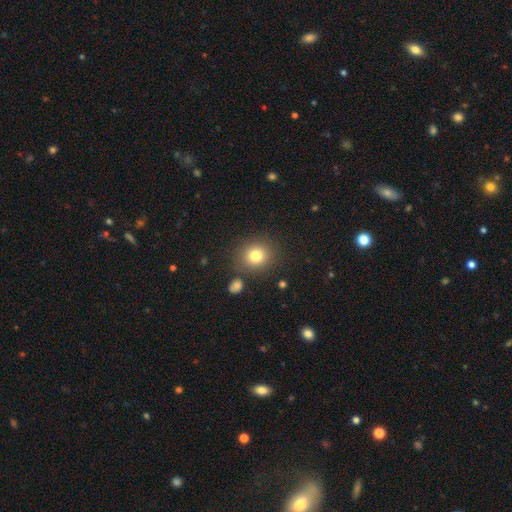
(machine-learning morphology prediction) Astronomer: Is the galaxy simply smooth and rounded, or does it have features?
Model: smooth — 79%.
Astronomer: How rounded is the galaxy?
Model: round — 85%.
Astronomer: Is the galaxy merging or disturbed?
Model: none — 84%.